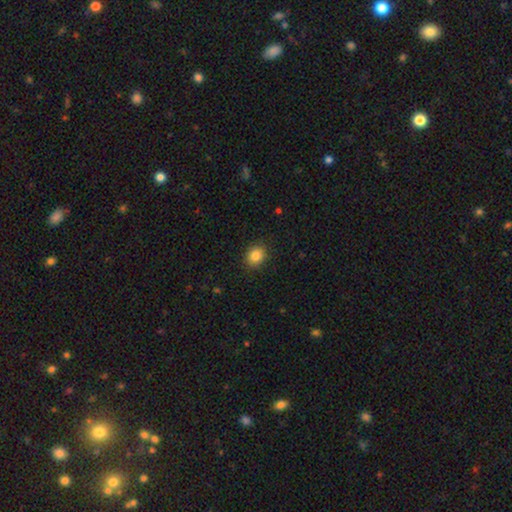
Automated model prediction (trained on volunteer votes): This is clearly a smooth galaxy (84%). How rounded: likely round (62%). Merging: clearly none (89%).